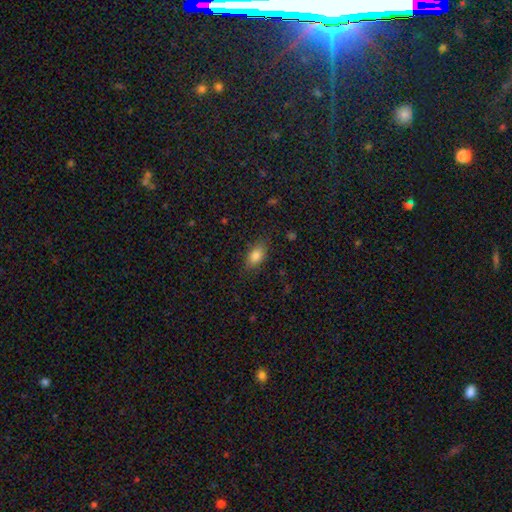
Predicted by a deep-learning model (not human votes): smooth 84%, star or artifact 9%, featured or disk 8%. Down the decision tree: how rounded — in between (88%); merging — none (82%).